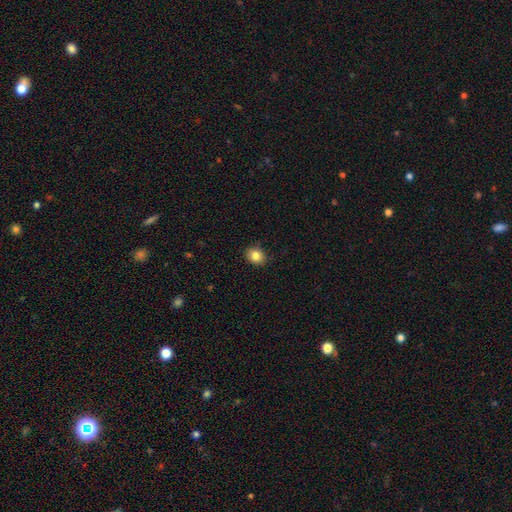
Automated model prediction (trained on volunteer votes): A smooth galaxy with no disk features (83%) that is round (58%). Merging: none (87%).